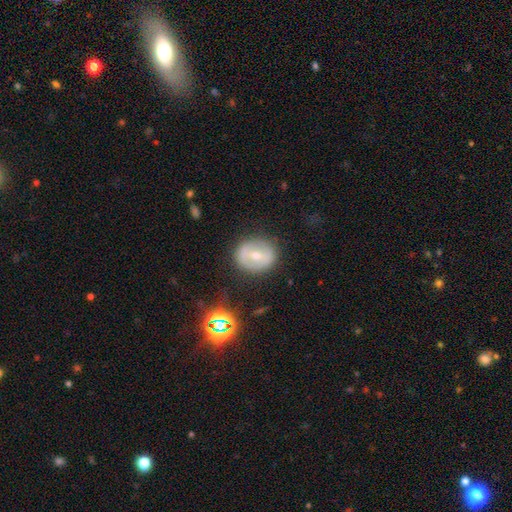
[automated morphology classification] The model was most divided on "smooth or featured": featured or disk: 50%, smooth: 39%, star or artifact: 11%. More confident: edge-on disk — no (92%); merging — none (82%).